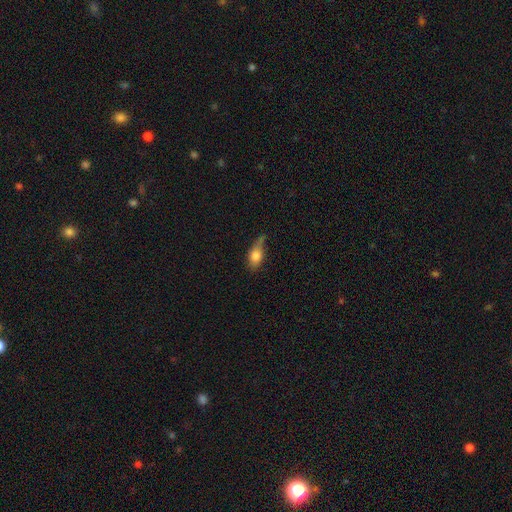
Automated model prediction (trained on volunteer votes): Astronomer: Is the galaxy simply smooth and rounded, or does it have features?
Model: smooth — 72%.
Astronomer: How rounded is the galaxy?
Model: in between — 76%.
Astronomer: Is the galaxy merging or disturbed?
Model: minor disturbance — 38% (runner-up: none, 37%).